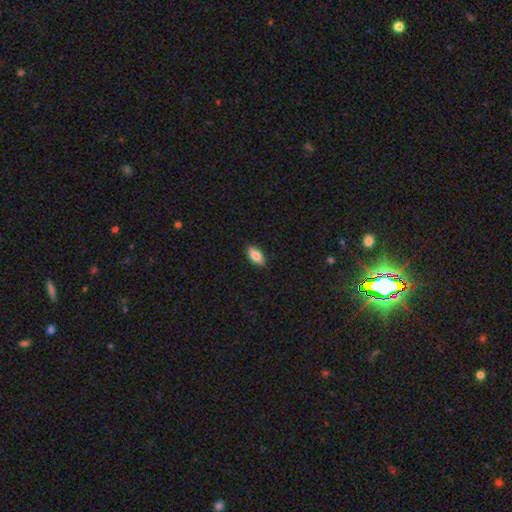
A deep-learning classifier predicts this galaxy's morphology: A smooth galaxy with no disk features (87%) that is in between round and cigar-shaped (90%). Merging: none (89%).